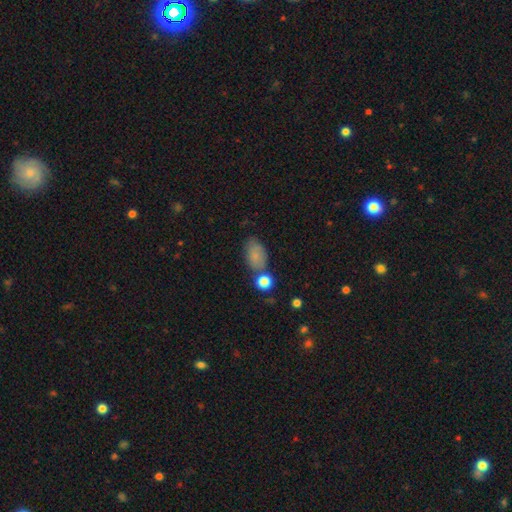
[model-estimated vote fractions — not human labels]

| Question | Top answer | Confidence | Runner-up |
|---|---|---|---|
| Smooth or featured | smooth | 80% | star or artifact (10%) |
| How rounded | in between | 88% | round (10%) |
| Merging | none | 61% | minor disturbance (20%) |